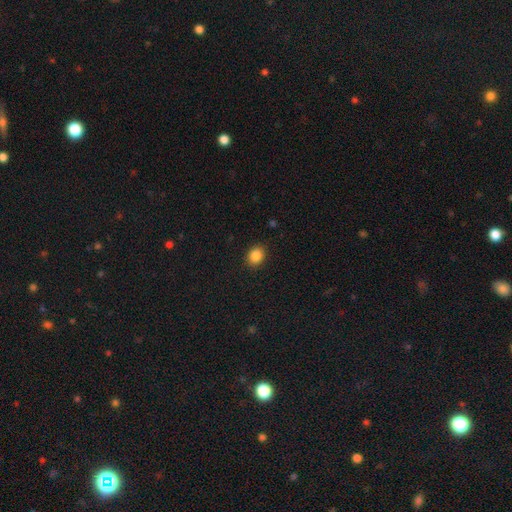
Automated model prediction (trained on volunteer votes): This appears to be a smooth galaxy with no disk features (86%) that is round (57%). Merging: none (89%).